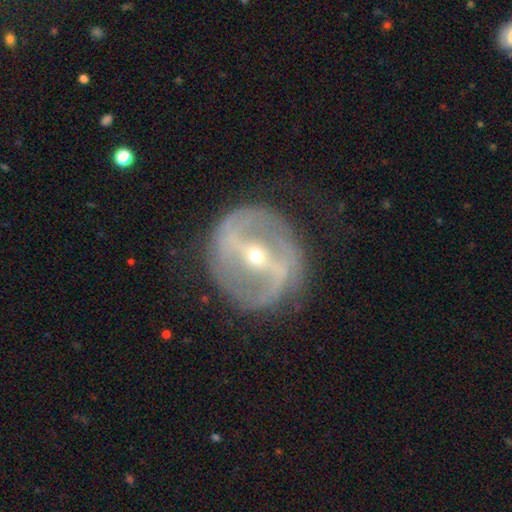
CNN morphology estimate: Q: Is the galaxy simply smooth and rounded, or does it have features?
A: featured or disk — 85%.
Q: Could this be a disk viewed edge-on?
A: no — 94%.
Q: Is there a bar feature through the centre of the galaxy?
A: strong — 68%.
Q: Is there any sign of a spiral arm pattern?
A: yes — 72%.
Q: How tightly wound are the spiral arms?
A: medium — 41%.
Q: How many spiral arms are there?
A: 2 — 76%.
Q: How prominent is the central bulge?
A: small — 66%.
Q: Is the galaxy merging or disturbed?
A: none — 77%.